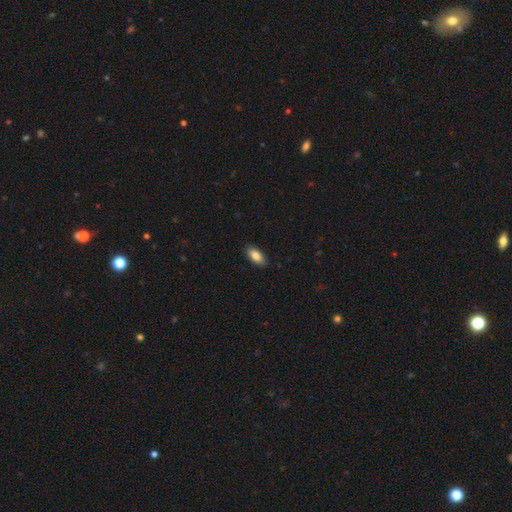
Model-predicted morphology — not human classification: smooth_or_featured: smooth (p=0.84) [alt: featured or disk p=0.09]
how_rounded: in between (p=0.89) [alt: cigar-shaped p=0.09]
merging: none (p=0.88) [alt: minor disturbance p=0.09]